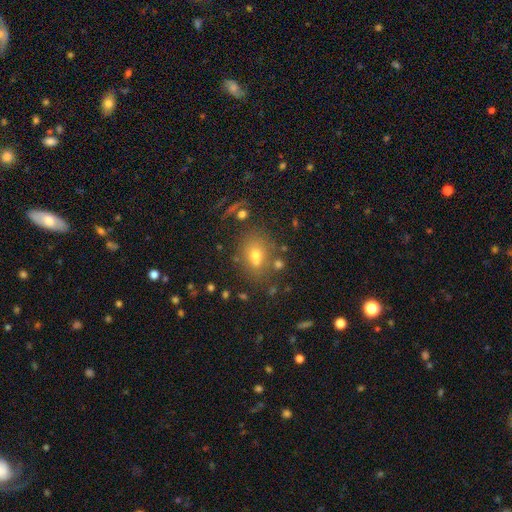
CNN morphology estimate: A smooth galaxy with no disk features (64%) that is in between round and cigar-shaped (50%). Merging: none (69%).